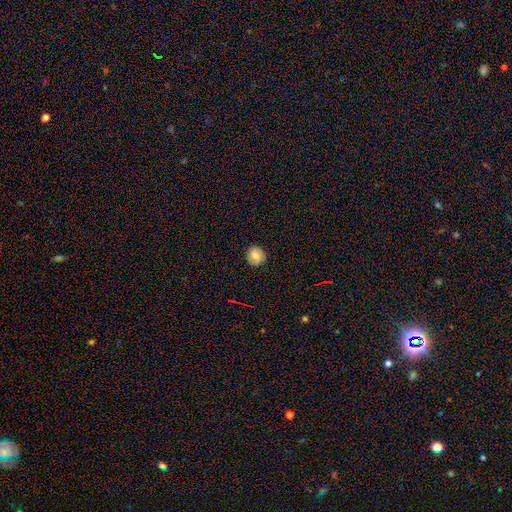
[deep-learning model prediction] This appears to be a smooth galaxy with no disk features (63%) that is round (81%). Merging: none (87%).